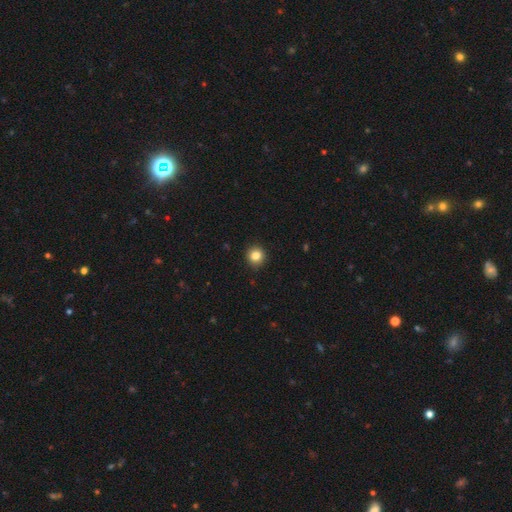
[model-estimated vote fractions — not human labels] Smooth or featured?
  - smooth: 84% *
  - star or artifact: 11%
  - featured or disk: 5%
How rounded?
  - round: 93% *
  - in between: 6%
  - cigar-shaped: 1%
Merging?
  - none: 92% *
  - minor disturbance: 5%
  - major disturbance: 2%
  - merger: 1%